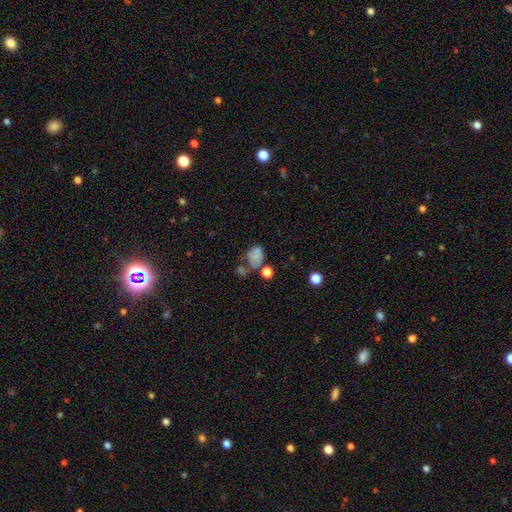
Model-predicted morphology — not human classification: This appears to be a smooth galaxy with no disk features (66%) that is in between round and cigar-shaped (69%). Merging: none (31%).